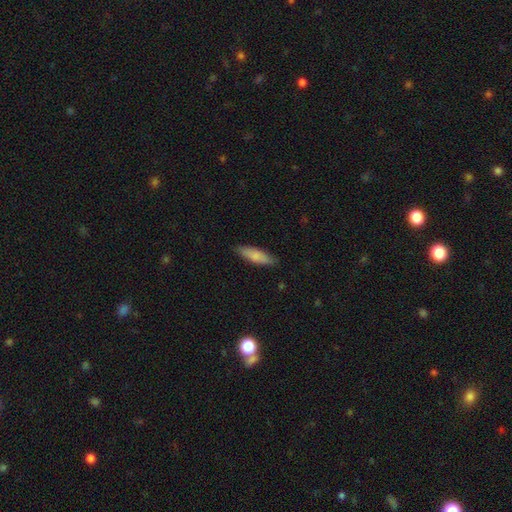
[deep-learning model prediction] A smooth galaxy with no disk features (80%) that is cigar-shaped (51%).

Vote fractions:
- Smooth or featured? smooth: 80% / featured or disk: 15% / star or artifact: 6%
- How rounded? cigar-shaped: 51% / in between: 47% / round: 2%
- Merging? none: 84% / minor disturbance: 13% / major disturbance: 2% / merger: 1%